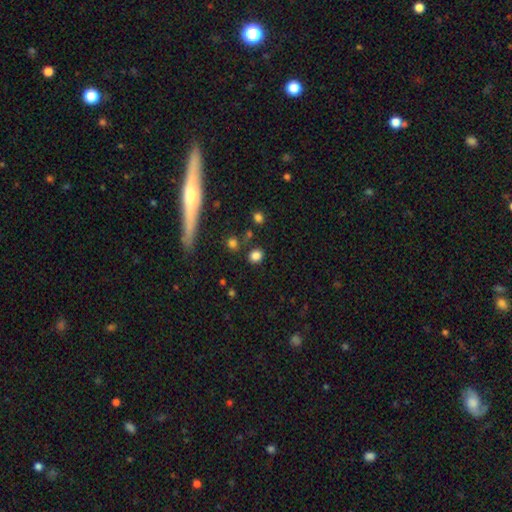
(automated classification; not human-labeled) Smooth or featured? Predicted: smooth (p=0.82). How rounded? Predicted: round (p=0.60). Merging? Predicted: none (p=0.82).